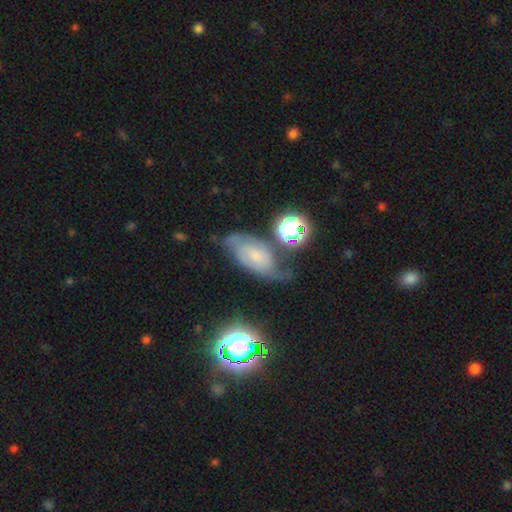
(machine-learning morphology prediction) Smooth or featured? featured or disk (59%)
Edge-on disk? no (93%)
Bar? no (62%)
Spiral arms? yes (85%)
Bulge size? small (47%)
Merging? none (44%)